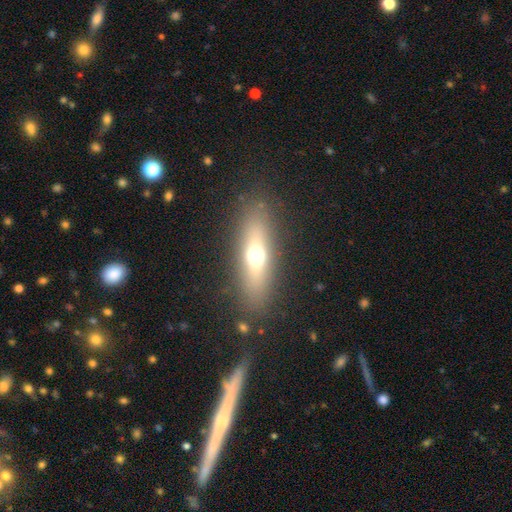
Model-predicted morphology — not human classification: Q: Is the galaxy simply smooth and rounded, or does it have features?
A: smooth — 53%.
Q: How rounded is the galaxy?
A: in between — 48%.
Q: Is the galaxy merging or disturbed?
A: none — 86%.